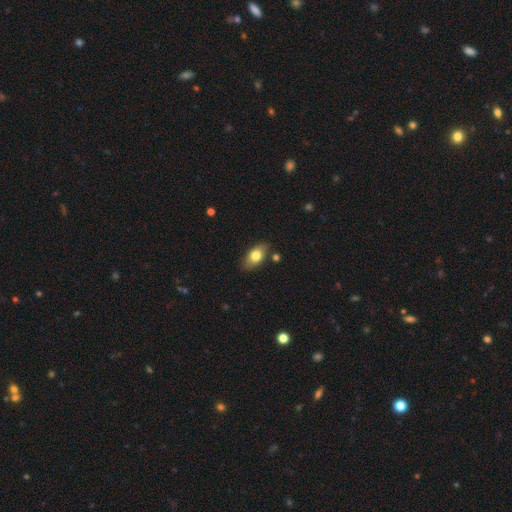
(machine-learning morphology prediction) This appears to be a smooth galaxy with no disk features (77%) that is in between round and cigar-shaped (90%). Merging: none (81%).